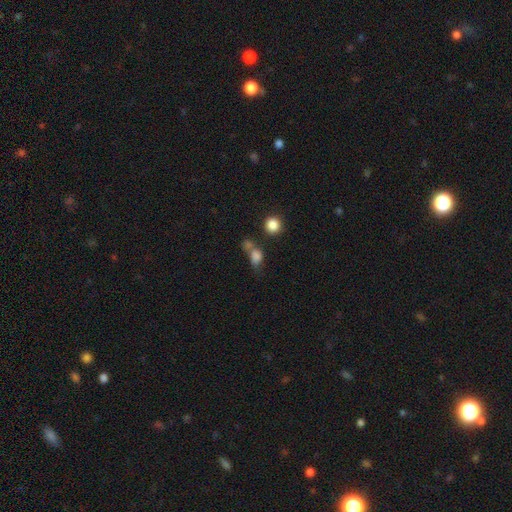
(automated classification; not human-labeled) smooth 75%, star or artifact 13%, featured or disk 12%. Down the decision tree: how rounded — in between (55%); merging — merger (38%).